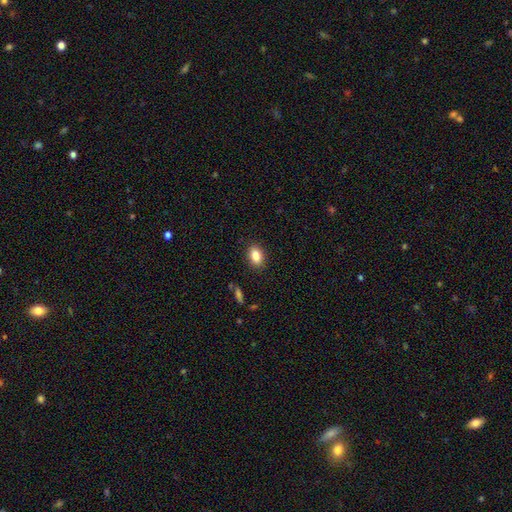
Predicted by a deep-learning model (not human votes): Smooth or featured: smooth — 85% (star or artifact — 9%)
How rounded: in between — 83% (round — 15%)
Merging: none — 88% (minor disturbance — 8%)